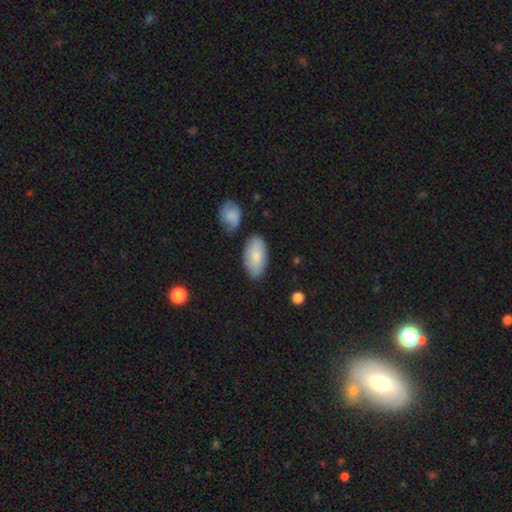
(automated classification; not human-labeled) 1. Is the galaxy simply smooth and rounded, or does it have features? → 78% smooth, 16% featured or disk, 6% star or artifact.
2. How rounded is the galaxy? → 95% in between, 3% round, 3% cigar-shaped.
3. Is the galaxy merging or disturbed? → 75% none, 16% minor disturbance, 5% merger, 3% major disturbance.